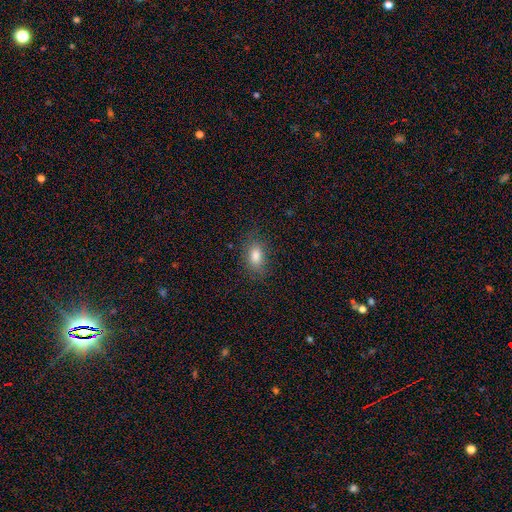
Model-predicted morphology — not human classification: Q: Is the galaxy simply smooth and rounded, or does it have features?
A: smooth — 83%.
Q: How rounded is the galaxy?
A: in between — 85%.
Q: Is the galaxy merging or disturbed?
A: none — 81%.